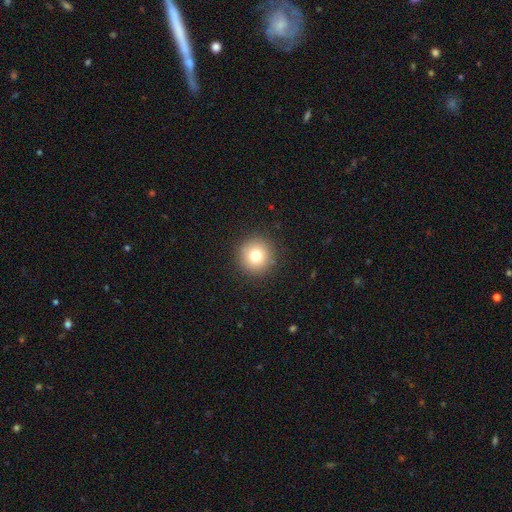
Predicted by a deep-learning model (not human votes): smooth-or-featured: smooth: 77% | star or artifact: 12% | featured or disk: 11%
  how-rounded: round: 95% | in between: 4% | cigar-shaped: 1%
  merging: none: 91% | minor disturbance: 6% | major disturbance: 2% | merger: 1%